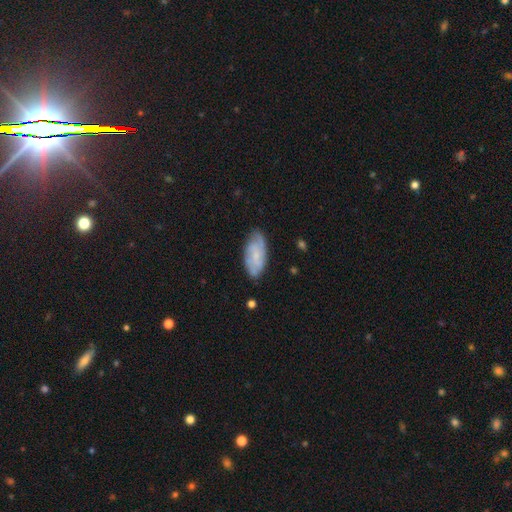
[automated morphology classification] This is possibly a featured or disk galaxy (56%). It is clearly not viewed edge-on (93%). Bar: likely no (62%). Spiral arm pattern: clearly yes (85%). Central bulge: likely small (61%). Merging: likely none (73%).